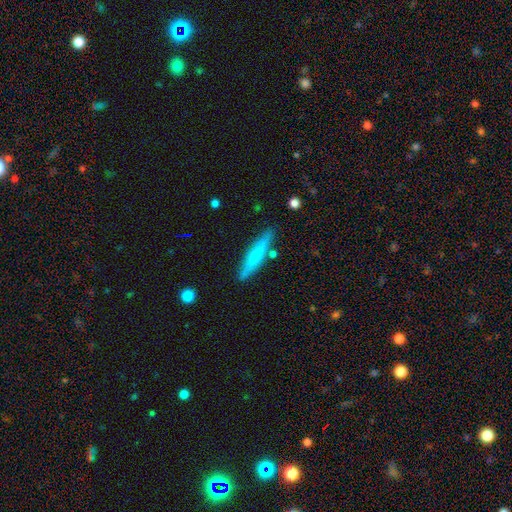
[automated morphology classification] The model was most divided on "smooth or featured": smooth: 60%, featured or disk: 34%, star or artifact: 6%. More confident: how rounded — cigar-shaped (91%); merging — none (85%).